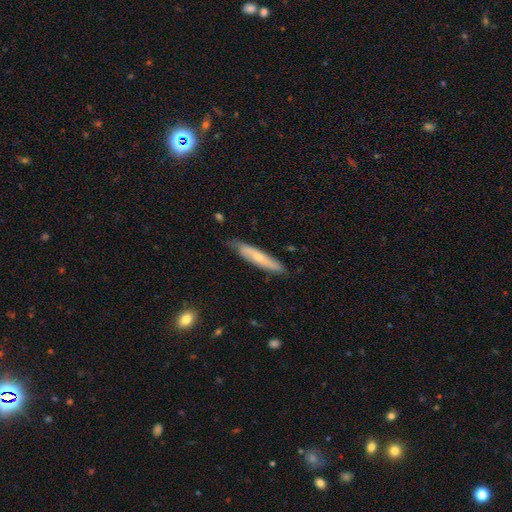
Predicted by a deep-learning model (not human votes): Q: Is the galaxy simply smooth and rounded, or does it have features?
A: featured or disk — 47%.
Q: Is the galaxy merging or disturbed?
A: none — 78%.